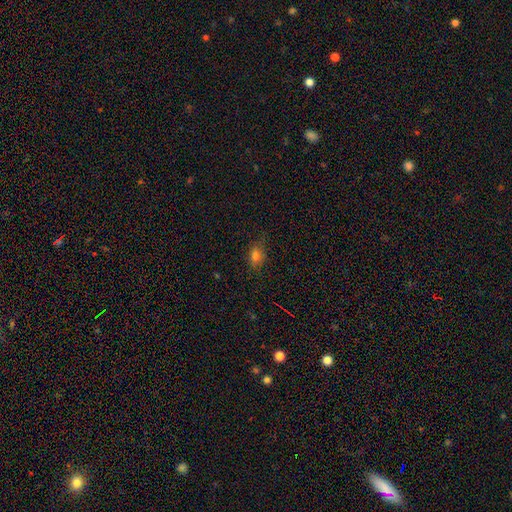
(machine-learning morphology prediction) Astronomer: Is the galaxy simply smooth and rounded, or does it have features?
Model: smooth — 75%.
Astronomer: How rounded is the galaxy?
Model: in between — 75%.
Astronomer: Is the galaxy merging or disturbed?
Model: none — 72%.